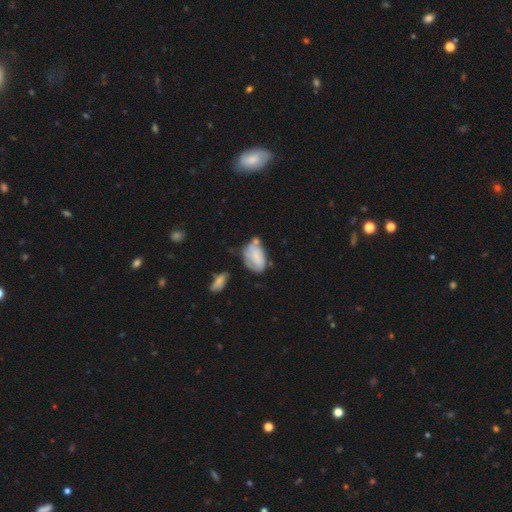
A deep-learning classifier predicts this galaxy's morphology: This is possibly a smooth galaxy (50%). How rounded: clearly in between (88%). Merging: marginally none (34%).